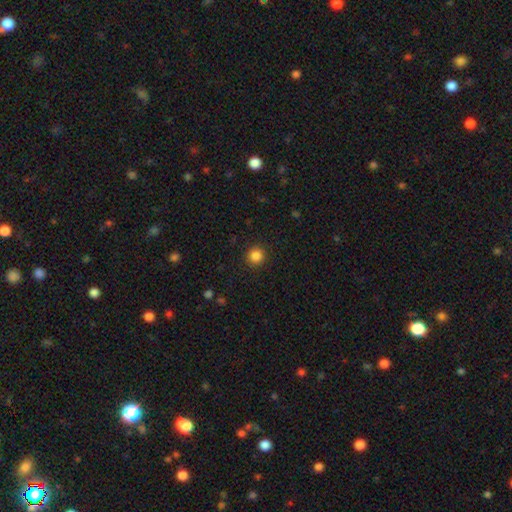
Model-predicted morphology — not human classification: Smooth or featured? Predicted: smooth (p=0.85). How rounded? Predicted: round (p=0.94). Merging? Predicted: none (p=0.91).